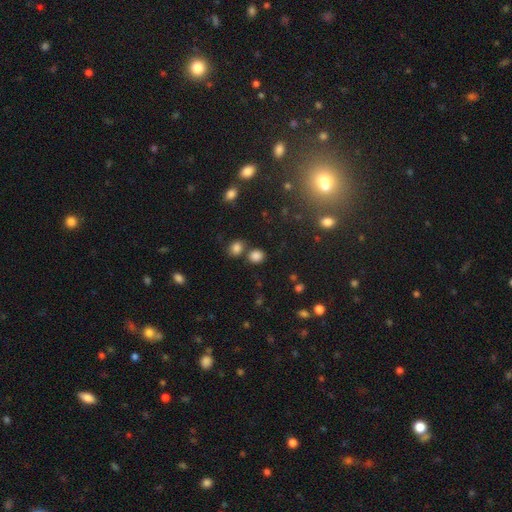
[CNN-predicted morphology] smooth-or-featured: smooth: 81% | star or artifact: 14% | featured or disk: 5%
  how-rounded: round: 77% | in between: 22% | cigar-shaped: 1%
  merging: none: 71% | merger: 16% | minor disturbance: 9% | major disturbance: 3%